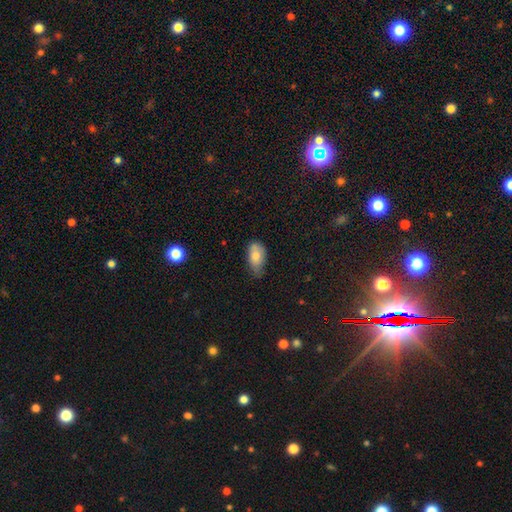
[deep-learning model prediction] Q: Smooth or featured?
A: smooth (79%); runner-up: featured or disk (13%)
Q: How rounded?
A: in between (91%); runner-up: round (6%)
Q: Merging?
A: none (46%); runner-up: minor disturbance (43%)